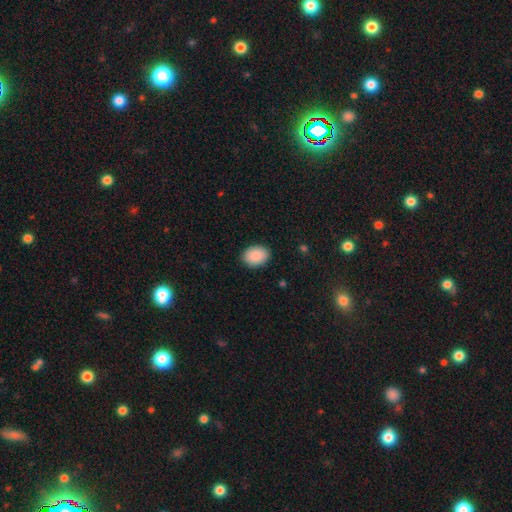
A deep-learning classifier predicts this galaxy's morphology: Smooth or featured?
  - smooth: 90% *
  - star or artifact: 7%
  - featured or disk: 3%
How rounded?
  - in between: 76% *
  - round: 24%
  - cigar-shaped: 1%
Merging?
  - none: 89% *
  - minor disturbance: 8%
  - major disturbance: 2%
  - merger: 1%